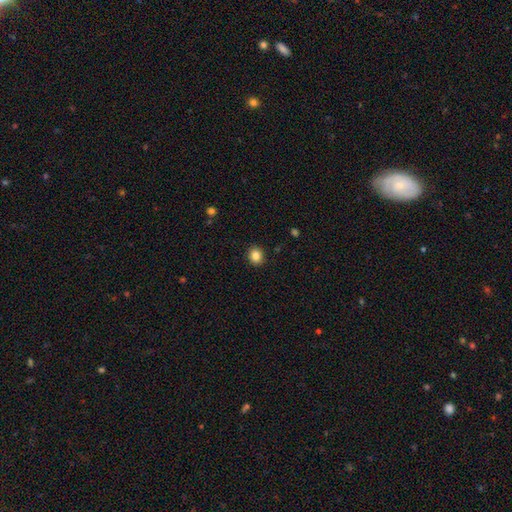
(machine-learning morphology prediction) This appears to be a smooth galaxy with no disk features (84%) that is round (77%). Merging: none (91%).